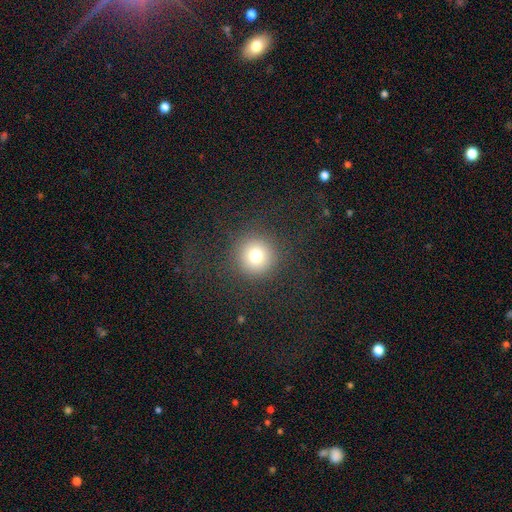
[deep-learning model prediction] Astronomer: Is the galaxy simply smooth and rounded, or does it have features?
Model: smooth — 76%.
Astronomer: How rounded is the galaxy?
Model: round — 95%.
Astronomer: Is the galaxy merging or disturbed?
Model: none — 89%.